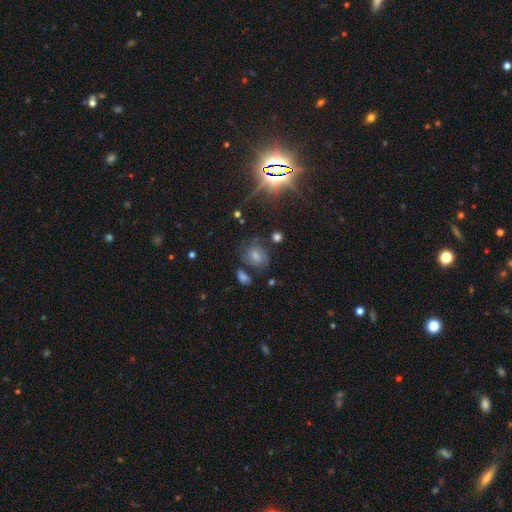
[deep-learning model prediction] Morphology: type=star or artifact (45%).